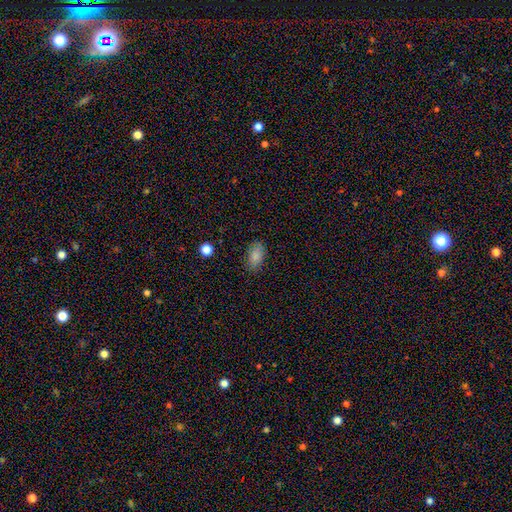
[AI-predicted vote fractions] This is clearly a smooth galaxy (85%). How rounded: clearly in between (90%). Merging: clearly none (83%).